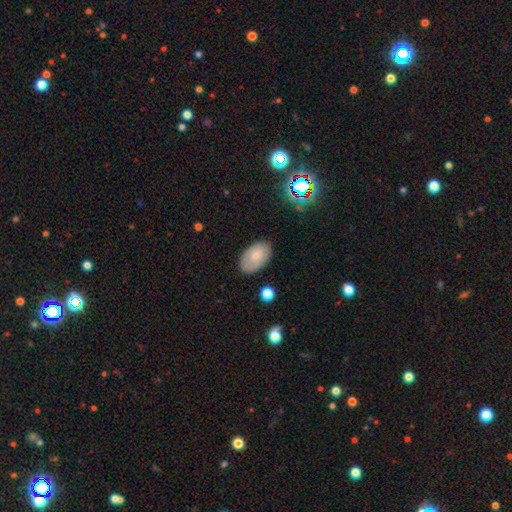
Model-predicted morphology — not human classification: smooth-or-featured: smooth: 75% | featured or disk: 18% | star or artifact: 7%
  how-rounded: in between: 93% | round: 6% | cigar-shaped: 1%
  merging: none: 82% | minor disturbance: 14% | major disturbance: 3% | merger: 1%